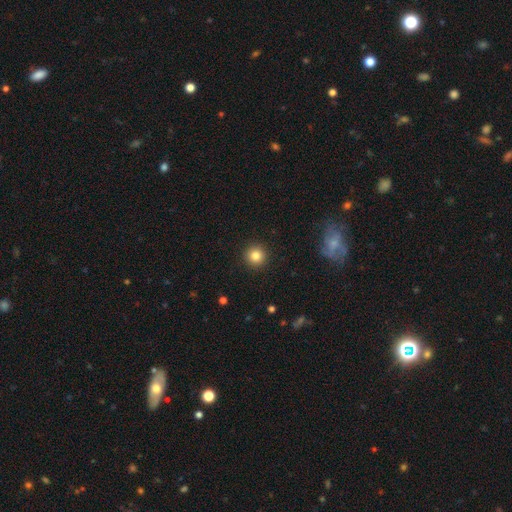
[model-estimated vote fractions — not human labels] Overall: smooth (83%). How rounded: round (95%). Merging: none (92%).